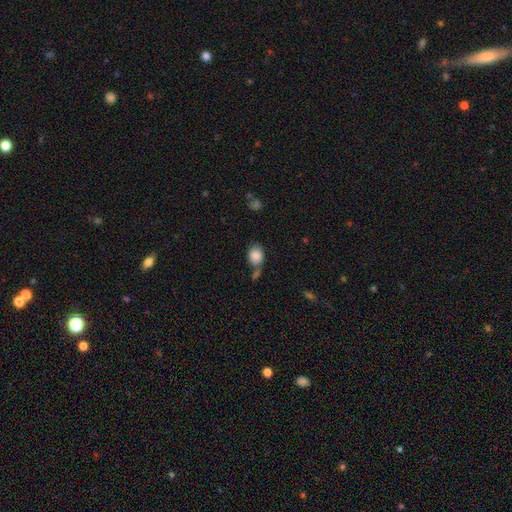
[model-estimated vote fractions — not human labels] Smooth or featured? smooth (86%)
How rounded? in between (53%)
Merging? none (54%)